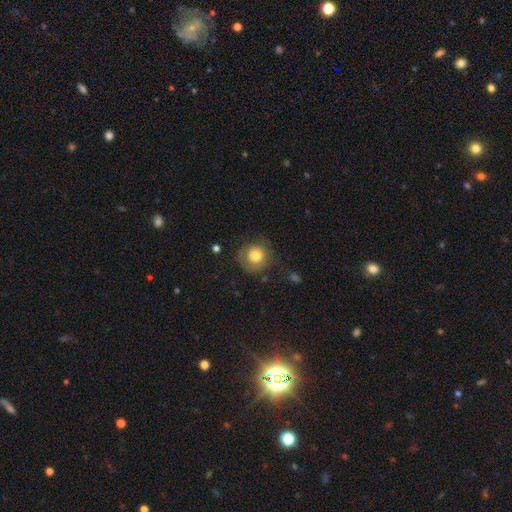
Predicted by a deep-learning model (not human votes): This is likely a smooth galaxy (74%). How rounded: clearly round (91%). Merging: likely none (71%).